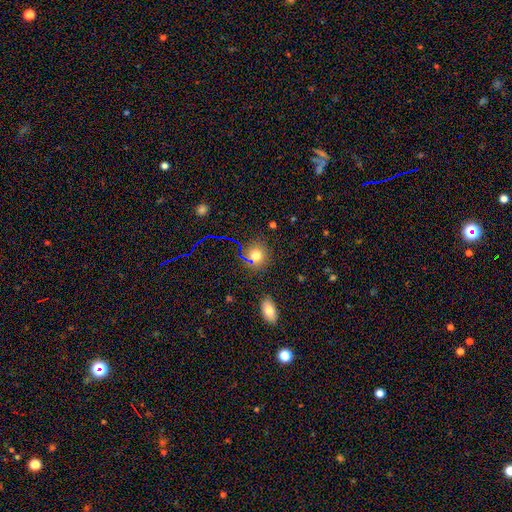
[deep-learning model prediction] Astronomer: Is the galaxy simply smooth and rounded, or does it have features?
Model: smooth — 68%.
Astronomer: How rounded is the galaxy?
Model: round — 82%.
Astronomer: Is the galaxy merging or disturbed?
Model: none — 80%.